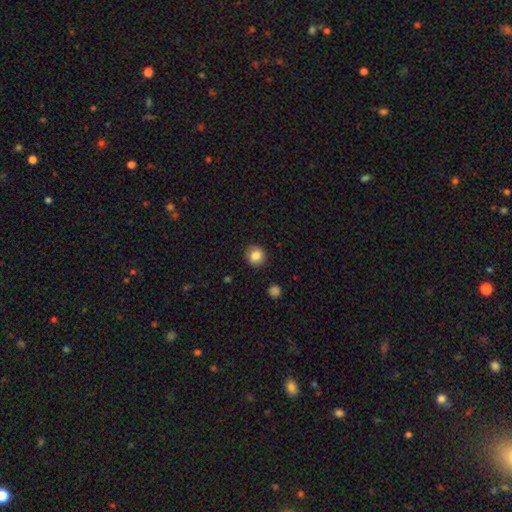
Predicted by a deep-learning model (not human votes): Smooth or featured? smooth (85%)
How rounded? round (90%)
Merging? none (91%)